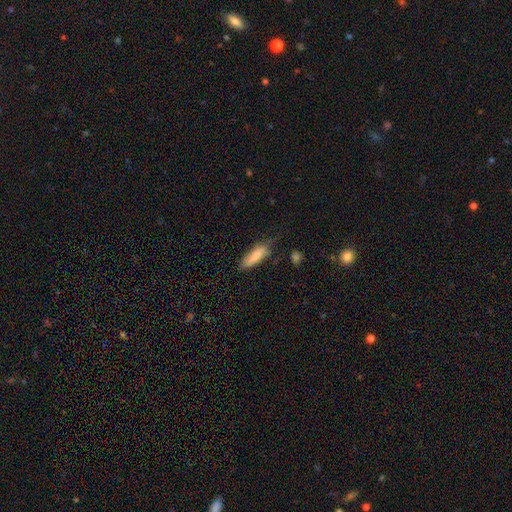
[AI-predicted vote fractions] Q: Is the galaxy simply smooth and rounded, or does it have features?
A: smooth — 83%.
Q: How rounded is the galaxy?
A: cigar-shaped — 50%.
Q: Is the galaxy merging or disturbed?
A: none — 59%.